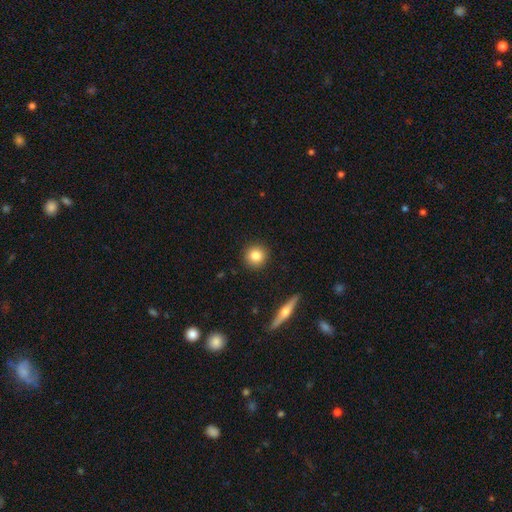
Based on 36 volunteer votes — smooth-or-featured: smooth: 94% | featured or disk: 3% | star or artifact: 3%
  how-rounded: round: 94% | in between: 6% | cigar-shaped: 0%
  merging: none: 94% | minor disturbance: 6% | major disturbance: 0% | merger: 0%